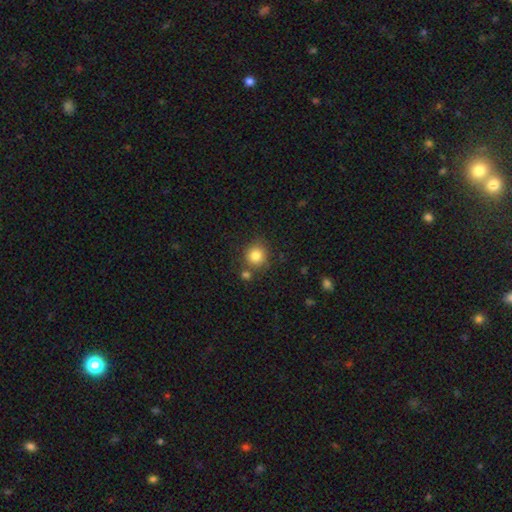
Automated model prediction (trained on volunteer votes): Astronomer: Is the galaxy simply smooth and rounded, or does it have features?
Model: smooth — 83%.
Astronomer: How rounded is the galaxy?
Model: round — 89%.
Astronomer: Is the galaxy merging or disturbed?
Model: none — 73%.